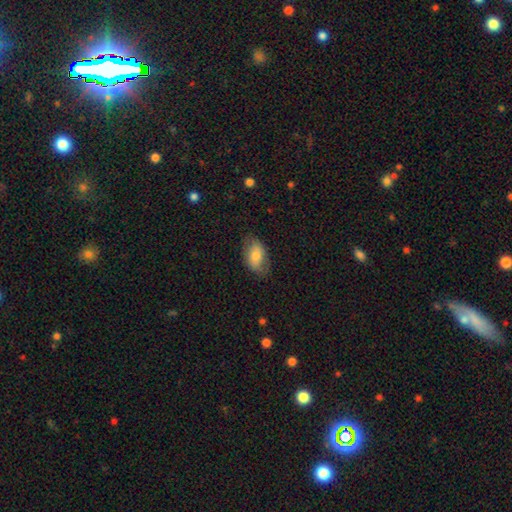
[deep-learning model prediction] Morphology: type=smooth (71%); roundness=in between (90%); merging=none (73%).